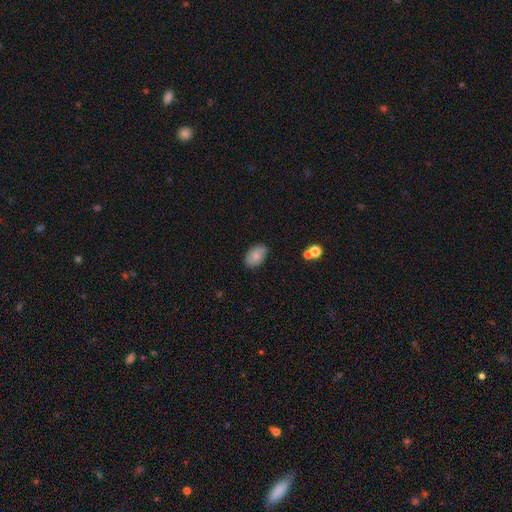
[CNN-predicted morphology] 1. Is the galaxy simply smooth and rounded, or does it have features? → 76% smooth, 17% featured or disk, 8% star or artifact.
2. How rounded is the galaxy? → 89% in between, 9% round, 1% cigar-shaped.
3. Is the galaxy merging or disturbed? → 80% none, 15% minor disturbance, 3% major disturbance, 2% merger.